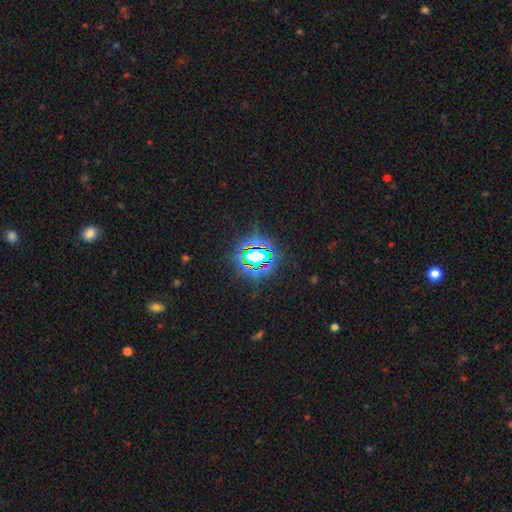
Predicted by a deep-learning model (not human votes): Overall: star or artifact (72%).